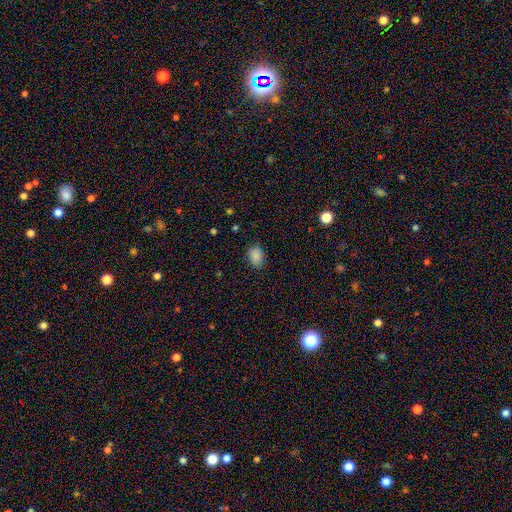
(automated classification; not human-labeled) Smooth or featured? smooth (86%)
How rounded? in between (68%)
Merging? none (82%)